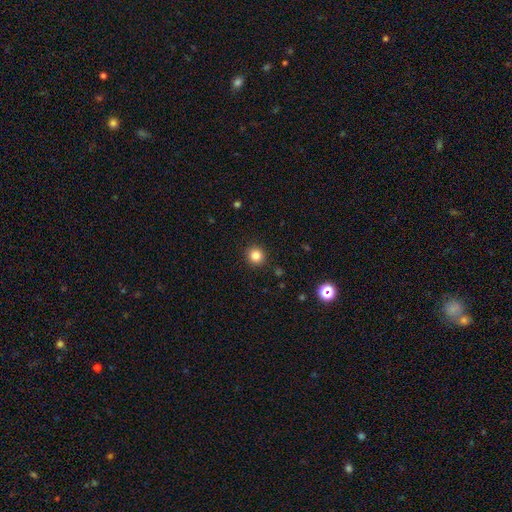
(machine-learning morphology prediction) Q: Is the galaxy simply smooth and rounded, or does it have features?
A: smooth — 83%.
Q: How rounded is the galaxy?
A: round — 94%.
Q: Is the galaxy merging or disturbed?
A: none — 92%.